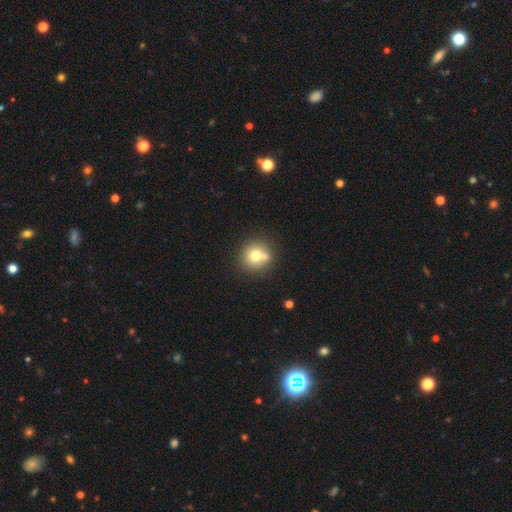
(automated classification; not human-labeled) smooth 71%, featured or disk 17%, star or artifact 12%. Down the decision tree: how rounded — round (90%); merging — none (63%).